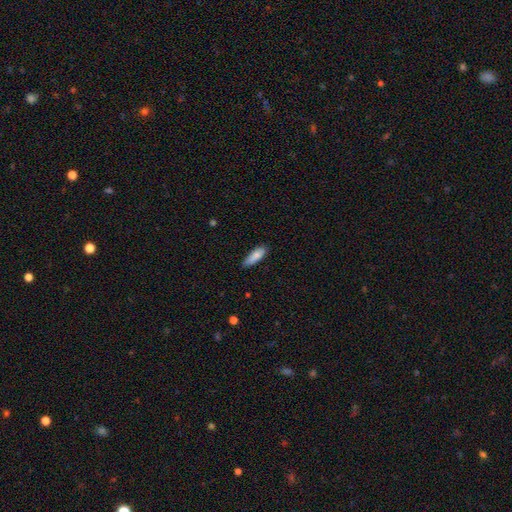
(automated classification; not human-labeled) A smooth galaxy with no disk features (82%) that is in between round and cigar-shaped (52%).

Vote fractions:
- Smooth or featured? smooth: 82% / featured or disk: 12% / star or artifact: 6%
- How rounded? in between: 52% / cigar-shaped: 46% / round: 2%
- Merging? none: 73% / minor disturbance: 22% / major disturbance: 3% / merger: 1%